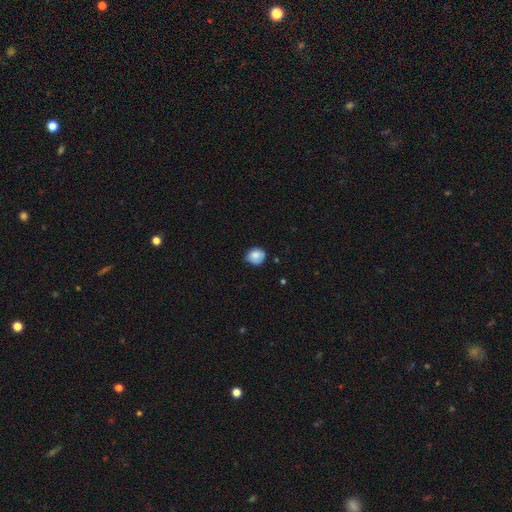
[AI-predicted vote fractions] smooth-or-featured: smooth: 81% | featured or disk: 11% | star or artifact: 8%
  how-rounded: round: 73% | in between: 26% | cigar-shaped: 1%
  merging: none: 69% | minor disturbance: 25% | major disturbance: 4% | merger: 2%